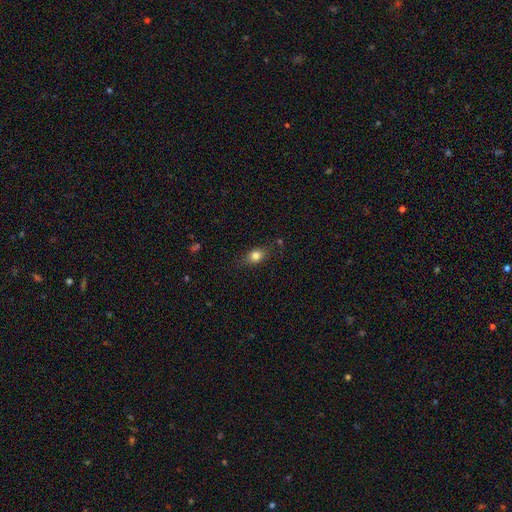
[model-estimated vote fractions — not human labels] Smooth or featured? smooth (79%)
How rounded? in between (60%)
Merging? none (76%)